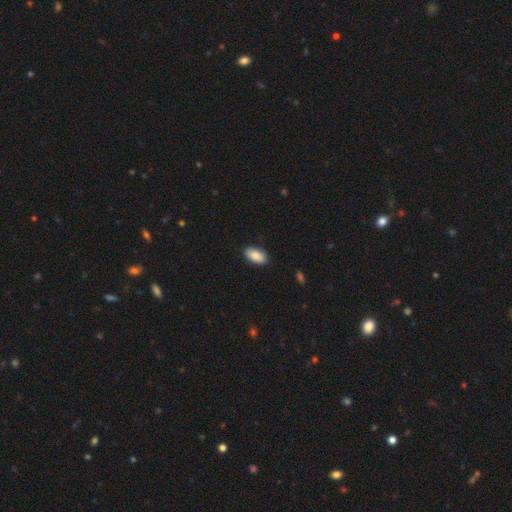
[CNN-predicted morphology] A smooth galaxy with no disk features (88%) that is in between round and cigar-shaped (94%). Merging: none (88%).